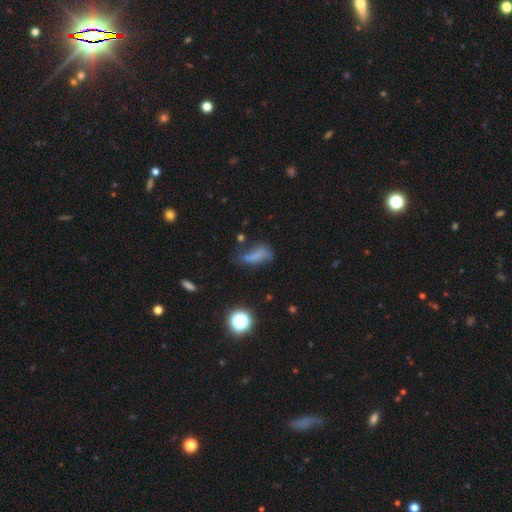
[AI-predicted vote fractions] Smooth or featured?
  - smooth: 63% *
  - featured or disk: 19%
  - star or artifact: 17%
How rounded?
  - in between: 66% *
  - cigar-shaped: 26%
  - round: 8%
Merging?
  - none: 35% *
  - minor disturbance: 30%
  - major disturbance: 26%
  - merger: 8%